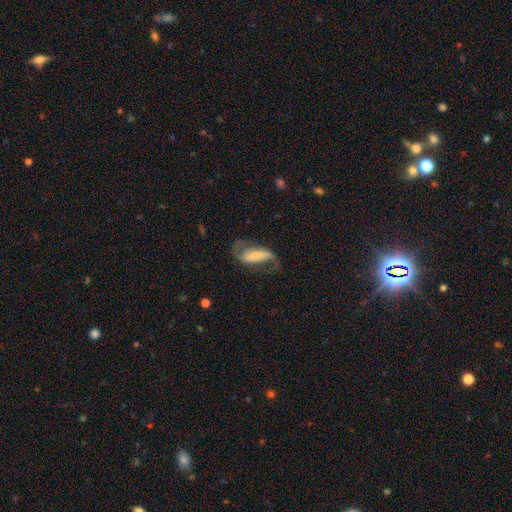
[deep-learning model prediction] smooth_or_featured: featured or disk (p=0.73) [alt: smooth p=0.21]
disk_edge_on: no (p=0.92) [alt: yes p=0.08]
bar: strong (p=0.48) [alt: weak p=0.30]
has_spiral_arms: yes (p=0.90) [alt: no p=0.10]
spiral_winding: loose (p=0.61) [alt: medium p=0.31]
spiral_arm_count: 2 (p=0.86) [alt: 1 p=0.08]
bulge_size: small (p=0.46) [alt: moderate p=0.30]
merging: none (p=0.56) [alt: major disturbance p=0.23]